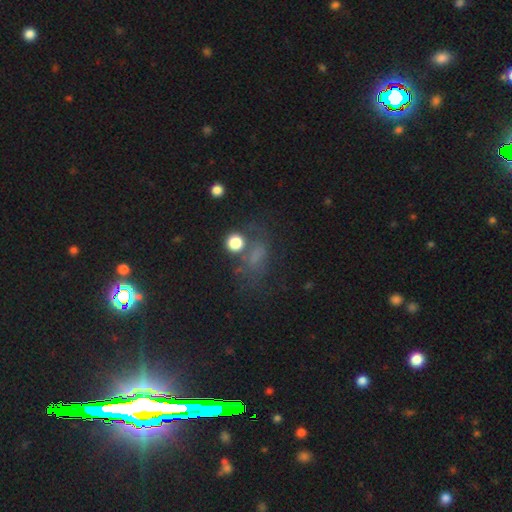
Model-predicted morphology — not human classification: Smooth or featured? smooth (46%)
Merging? none (46%)